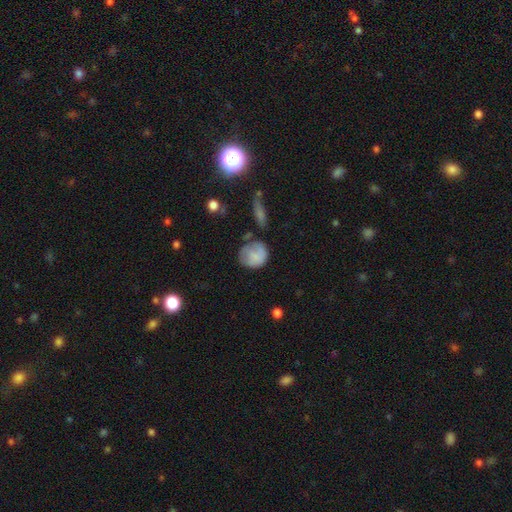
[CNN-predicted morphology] This is likely a smooth galaxy (75%). How rounded: likely round (78%). Merging: possibly none (51%).